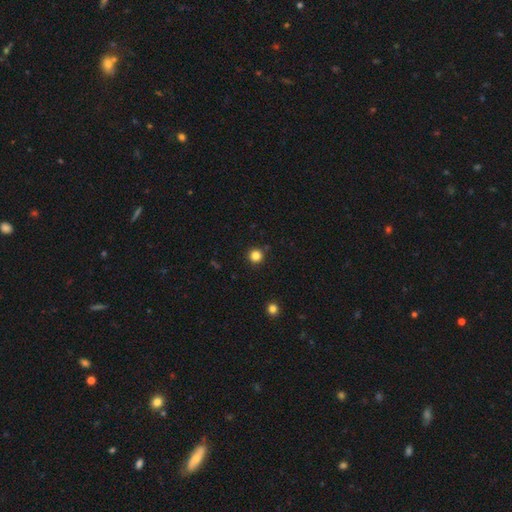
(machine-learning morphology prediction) A smooth galaxy with no disk features (84%) that is round (96%).

Vote fractions:
- Smooth or featured? smooth: 84% / star or artifact: 12% / featured or disk: 4%
- How rounded? round: 96% / in between: 3% / cigar-shaped: 1%
- Merging? none: 91% / minor disturbance: 5% / merger: 2% / major disturbance: 2%